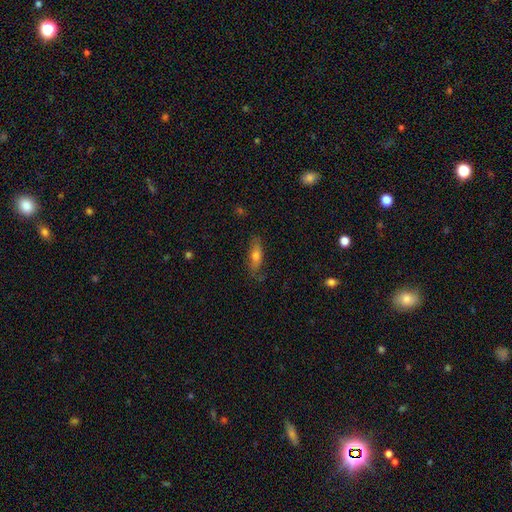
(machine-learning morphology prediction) This is possibly a smooth galaxy (58%). How rounded: possibly cigar-shaped (52%). Merging: likely none (76%).